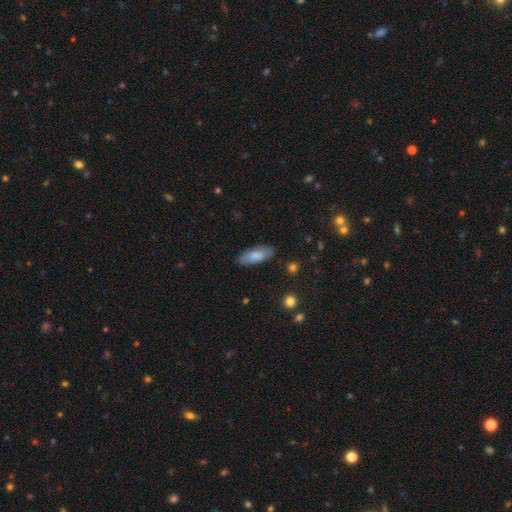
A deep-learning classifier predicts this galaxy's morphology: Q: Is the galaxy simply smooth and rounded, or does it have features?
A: smooth — 81%.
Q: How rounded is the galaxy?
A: in between — 67%.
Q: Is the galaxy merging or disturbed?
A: none — 85%.